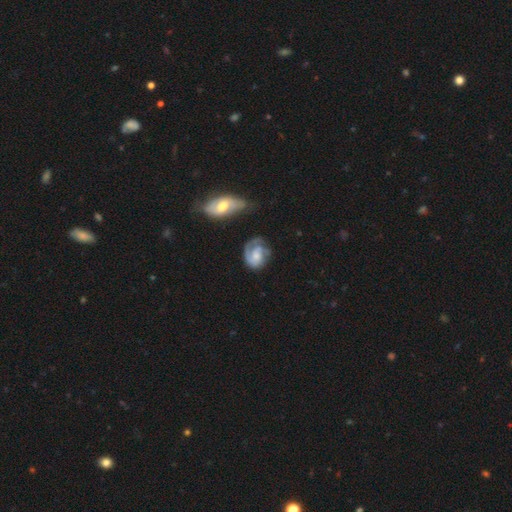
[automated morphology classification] A featured or disk galaxy (69%) with no bar (64%), 2 (40%) tight (49%) spiral arms (89%) and a moderate central bulge (39%).

Vote fractions:
- Smooth or featured? featured or disk: 69% / smooth: 25% / star or artifact: 6%
- Edge-on disk? no: 97% / yes: 3%
- Bar? no: 64% / weak: 30% / strong: 6%
- Spiral arms? yes: 89% / no: 11%
- Spiral winding? tight: 49% / medium: 36% / loose: 15%
- Spiral arm count? 2: 40% / 1: 31% / can't tell: 17% / 3: 9% / 4: 2% / more than 4: 2%
- Bulge size? moderate: 39% / small: 37% / none: 14% / large: 8% / dominant: 2%
- Merging? none: 47% / minor disturbance: 25% / major disturbance: 21% / merger: 7%